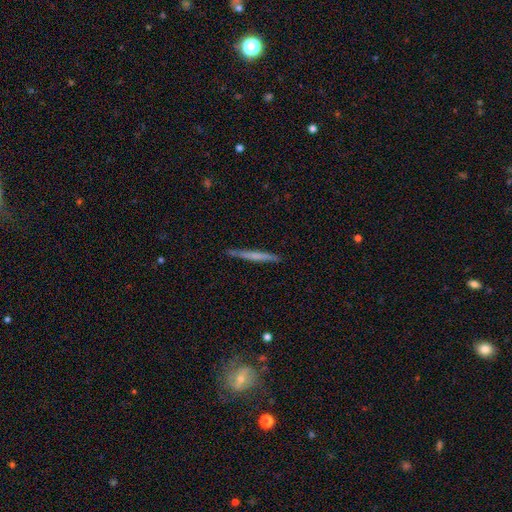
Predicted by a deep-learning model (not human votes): Smooth or featured? Predicted: smooth (p=0.51). How rounded? Predicted: cigar-shaped (p=0.96). Merging? Predicted: none (p=0.89).